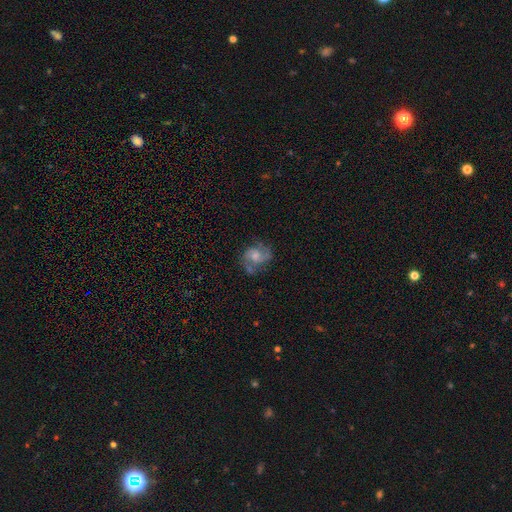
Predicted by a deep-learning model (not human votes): This is likely a featured or disk galaxy (70%). It is clearly not viewed edge-on (98%). Bar: likely no (62%). Spiral arm pattern: clearly yes (91%). Spiral arm count: clearly 2 (84%). Spiral winding: possibly medium (52%). Central bulge: marginally moderate (45%). Merging: likely none (64%).